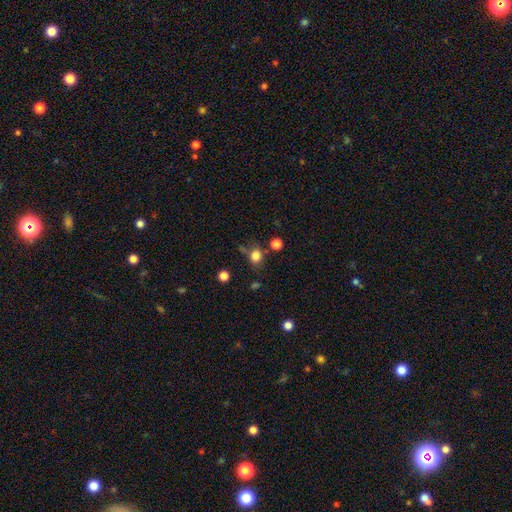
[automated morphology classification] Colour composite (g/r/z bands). It shows a smooth galaxy with no disk features (80%) that is round (68%). Merging: none (66%).